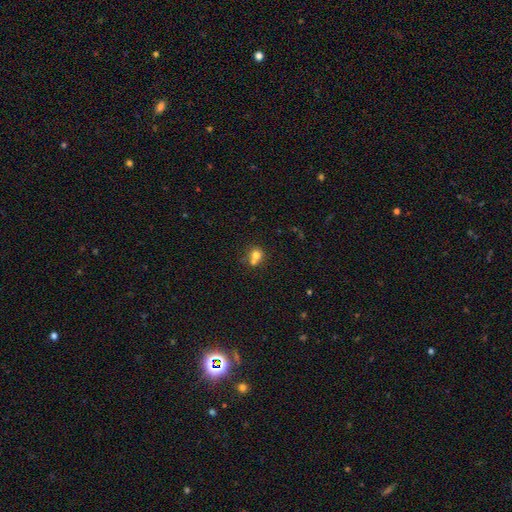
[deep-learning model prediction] smooth_or_featured: smooth (p=0.73) [alt: featured or disk p=0.15]
how_rounded: round (p=0.79) [alt: in between p=0.21]
merging: merger (p=0.49) [alt: none p=0.38]